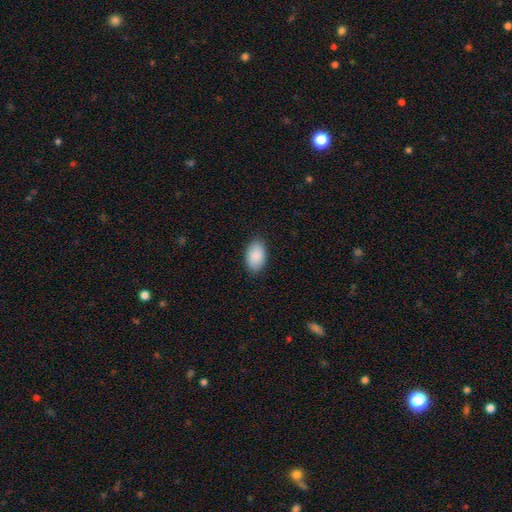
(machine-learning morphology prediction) Smooth or featured?
  - smooth: 90% *
  - star or artifact: 6%
  - featured or disk: 4%
How rounded?
  - in between: 93% *
  - round: 6%
  - cigar-shaped: 1%
Merging?
  - none: 87% *
  - minor disturbance: 10%
  - major disturbance: 2%
  - merger: 1%